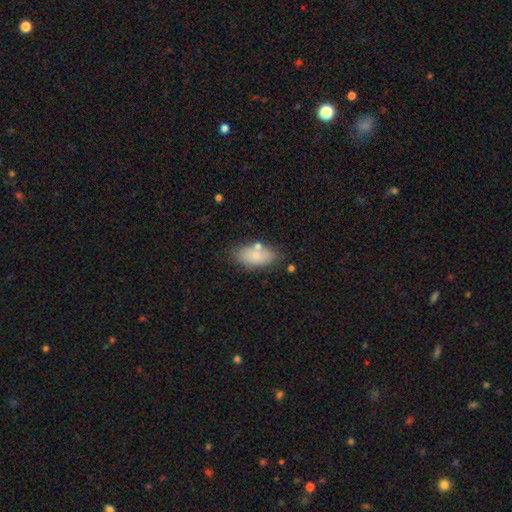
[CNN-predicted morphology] A smooth galaxy with no disk features (80%) that is in between round and cigar-shaped (91%).

Vote fractions:
- Smooth or featured? smooth: 80% / featured or disk: 12% / star or artifact: 8%
- How rounded? in between: 91% / cigar-shaped: 5% / round: 4%
- Merging? none: 73% / minor disturbance: 15% / merger: 8% / major disturbance: 4%